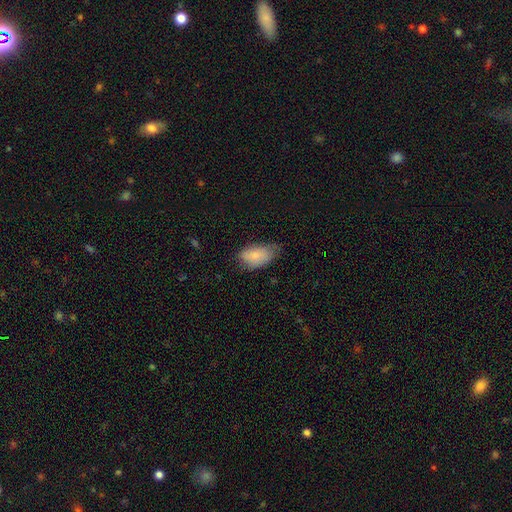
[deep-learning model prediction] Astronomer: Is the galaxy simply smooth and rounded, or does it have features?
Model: smooth — 78%.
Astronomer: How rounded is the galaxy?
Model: in between — 92%.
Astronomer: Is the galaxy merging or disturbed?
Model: none — 51% (runner-up: minor disturbance, 38%).